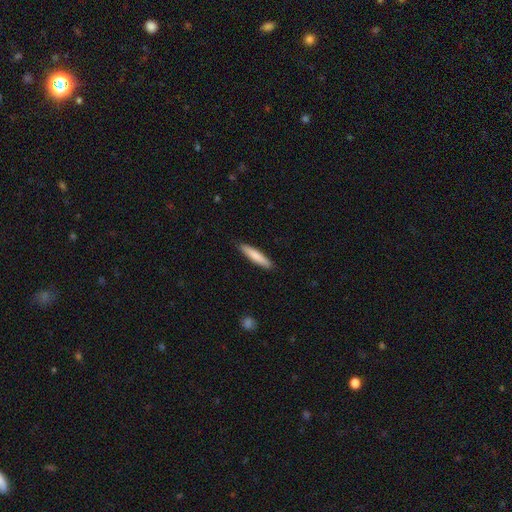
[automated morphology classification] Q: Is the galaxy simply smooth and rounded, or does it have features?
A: smooth — 80%.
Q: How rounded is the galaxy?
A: cigar-shaped — 89%.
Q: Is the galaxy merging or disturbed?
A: none — 88%.